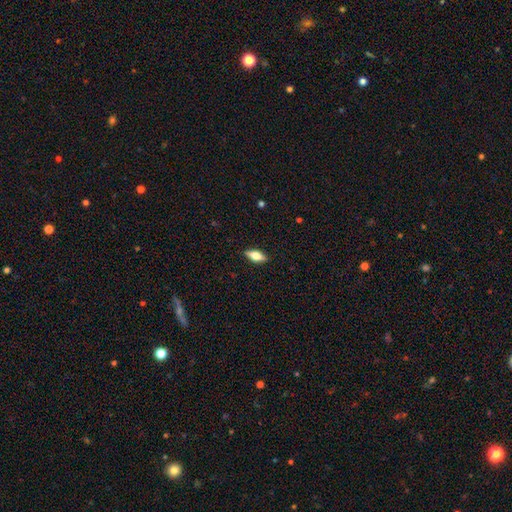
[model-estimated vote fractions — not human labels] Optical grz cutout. It shows a smooth galaxy with no disk features (58%) that is in between round and cigar-shaped (76%). Merging: none (88%).